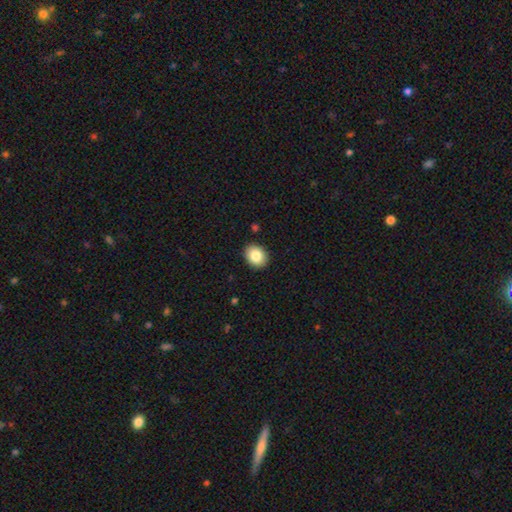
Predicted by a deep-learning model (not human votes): smooth 85%, star or artifact 8%, featured or disk 7%. Down the decision tree: how rounded — in between (54%); merging — none (89%).